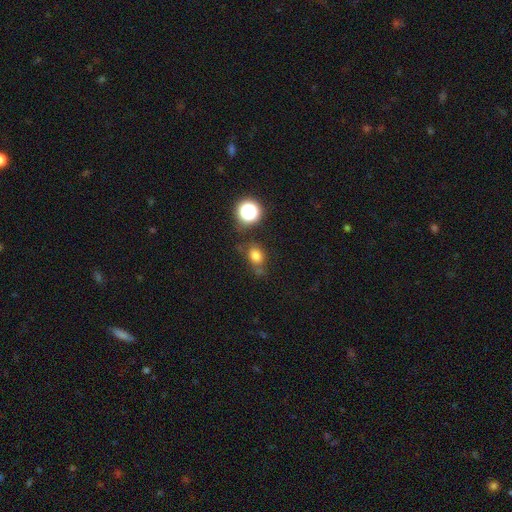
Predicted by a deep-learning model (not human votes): The model was most divided on "how rounded": in between: 53%, round: 46%, cigar-shaped: 1%. More confident: smooth or featured — smooth (76%); merging — none (65%).